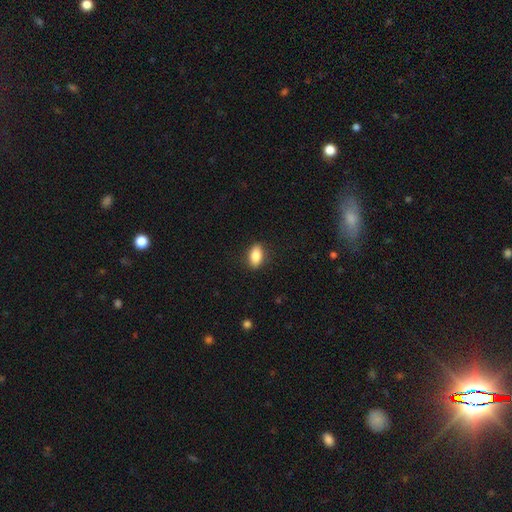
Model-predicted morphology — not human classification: A smooth galaxy with no disk features (86%) that is in between round and cigar-shaped (88%). Merging: none (88%).